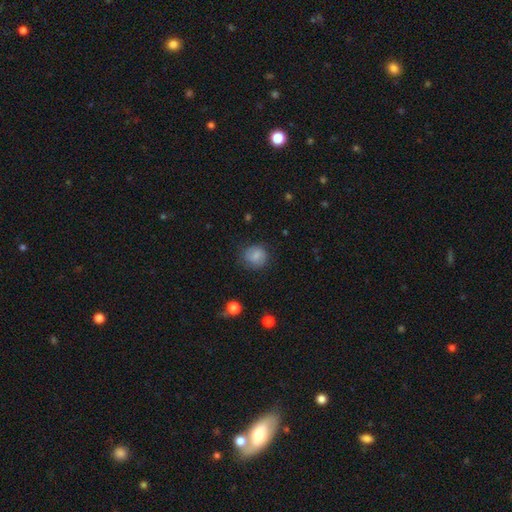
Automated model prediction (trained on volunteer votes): This is likely a smooth galaxy (78%). How rounded: clearly round (80%). Merging: likely none (76%).